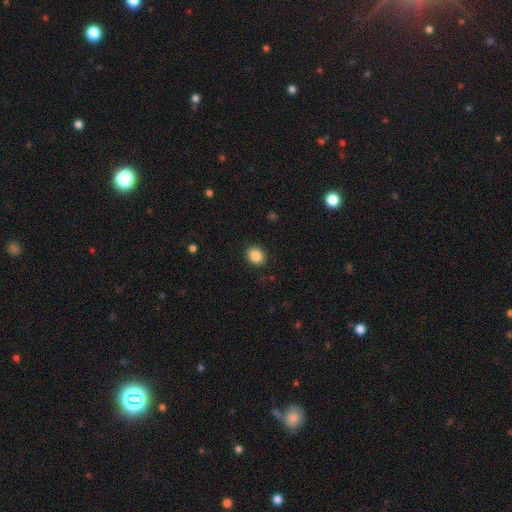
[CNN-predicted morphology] Q: Smooth or featured?
A: smooth (87%); runner-up: star or artifact (9%)
Q: How rounded?
A: round (56%); runner-up: in between (43%)
Q: Merging?
A: none (90%); runner-up: minor disturbance (7%)